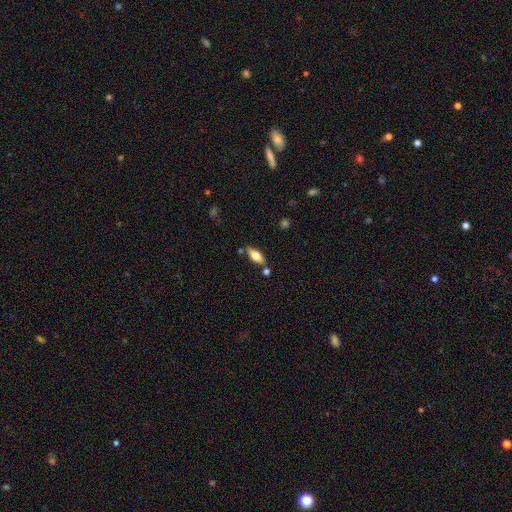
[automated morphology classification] type=smooth (58%); roundness=in between (73%); merging=none (77%).